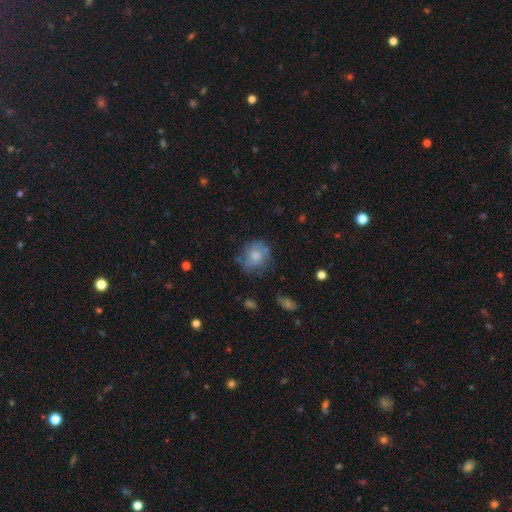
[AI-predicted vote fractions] The model was most divided on "merging": none: 60%, minor disturbance: 25%, major disturbance: 10%, merger: 5%. More confident: smooth or featured — smooth (72%); how rounded — round (71%).